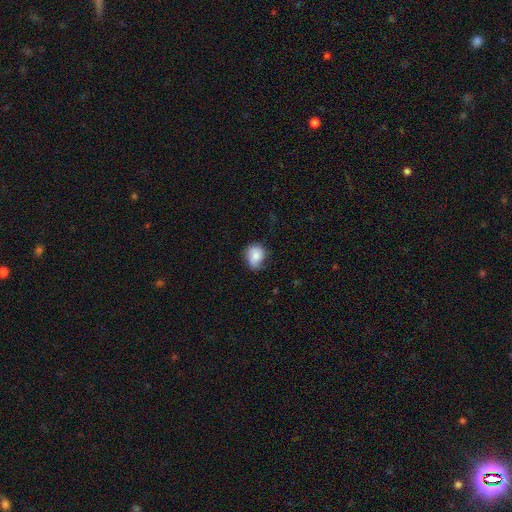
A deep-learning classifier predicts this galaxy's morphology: A smooth galaxy with no disk features (76%) that is round (53%). Merging: none (64%).